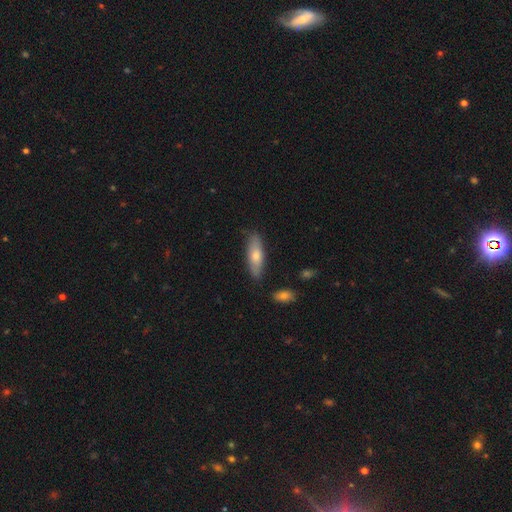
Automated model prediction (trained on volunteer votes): Morphology: type=smooth (64%); roundness=in between (52%); merging=none (82%).